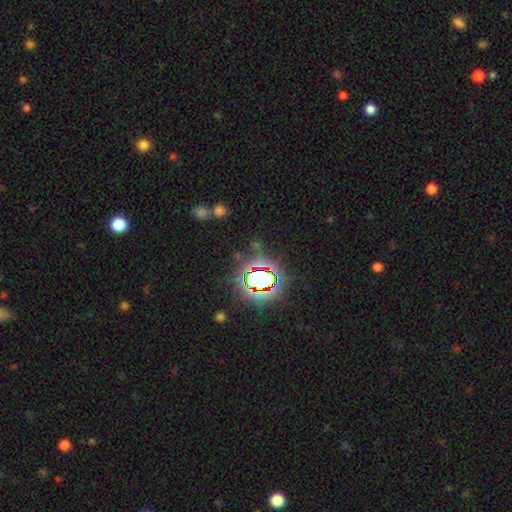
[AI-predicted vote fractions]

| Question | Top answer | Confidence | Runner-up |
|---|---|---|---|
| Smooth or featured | star or artifact | 78% | smooth (14%) |